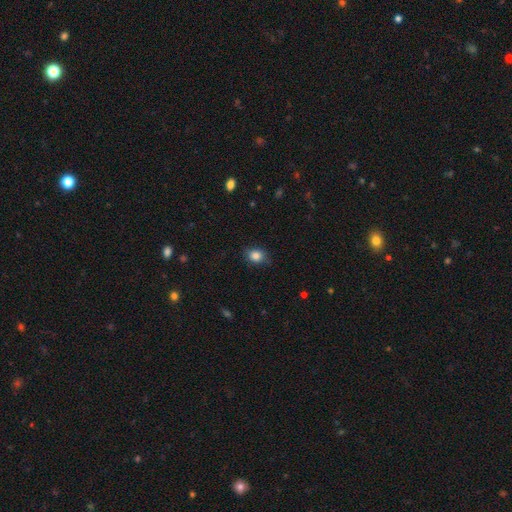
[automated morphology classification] This appears to be a smooth galaxy with no disk features (85%) that is round (54%). Merging: none (80%).